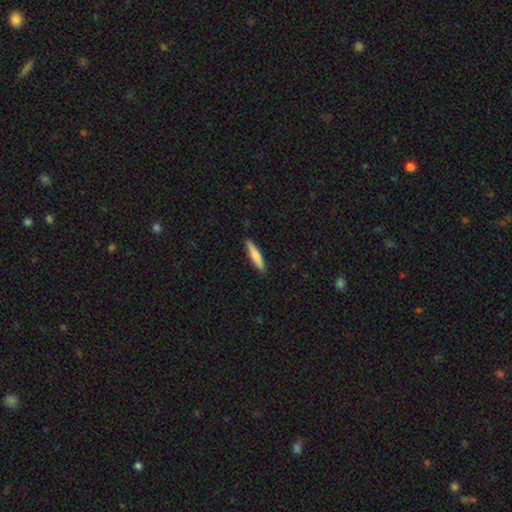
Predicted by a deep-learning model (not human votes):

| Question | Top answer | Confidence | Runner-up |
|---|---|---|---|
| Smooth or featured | smooth | 74% | featured or disk (21%) |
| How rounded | cigar-shaped | 87% | in between (11%) |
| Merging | none | 91% | minor disturbance (7%) |